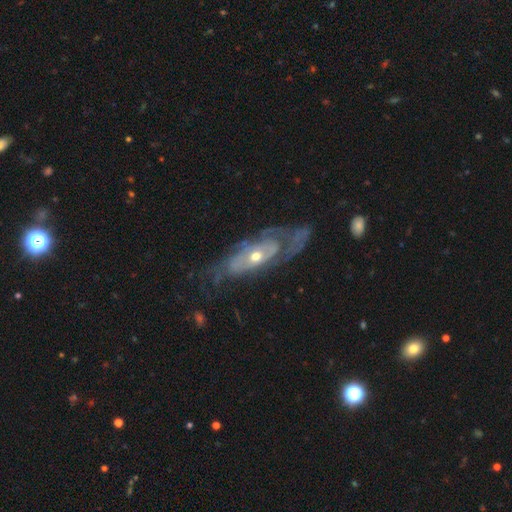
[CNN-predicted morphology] This is likely a featured or disk galaxy (79%). It is clearly not viewed edge-on (83%). Bar: likely no (76%). Spiral arm pattern: likely yes (73%). Central bulge: possibly moderate (51%). Merging: possibly none (54%).